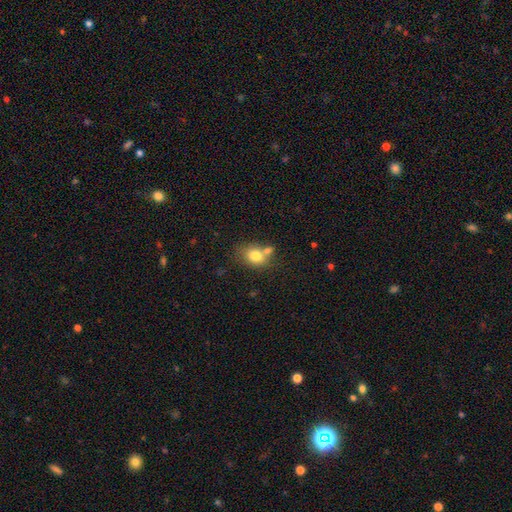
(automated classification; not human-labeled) smooth_or_featured: smooth (p=0.77) [alt: featured or disk p=0.13]
how_rounded: in between (p=0.54) [alt: round p=0.45]
merging: none (p=0.48) [alt: merger p=0.32]